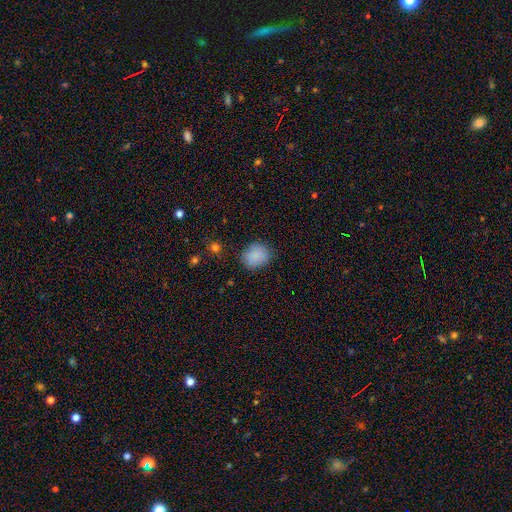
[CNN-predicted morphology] Smooth or featured: smooth — 86% (star or artifact — 9%)
How rounded: round — 61% (in between — 38%)
Merging: none — 81% (minor disturbance — 14%)